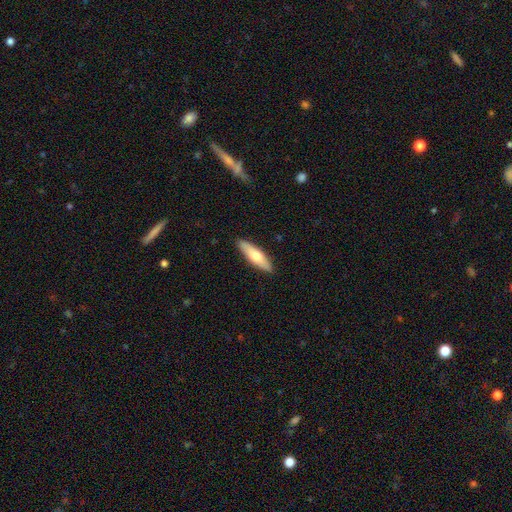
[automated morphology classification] smooth_or_featured: smooth (p=0.62) [alt: featured or disk p=0.33]
how_rounded: cigar-shaped (p=0.61) [alt: in between p=0.37]
merging: none (p=0.89) [alt: minor disturbance p=0.08]